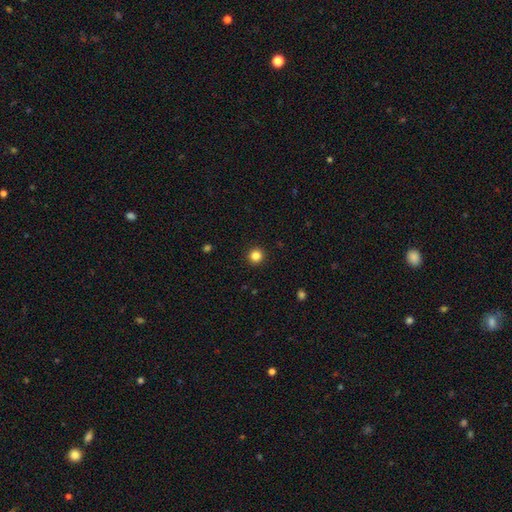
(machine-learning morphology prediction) smooth 85%, star or artifact 11%, featured or disk 4%. Down the decision tree: how rounded — round (96%); merging — none (93%).